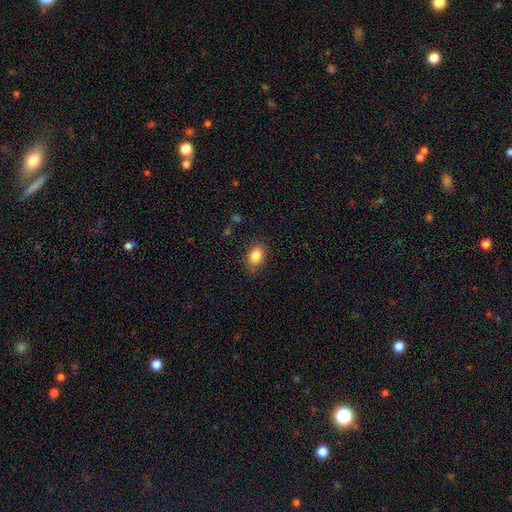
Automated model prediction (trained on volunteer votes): Smooth or featured? smooth (84%)
How rounded? in between (78%)
Merging? none (81%)